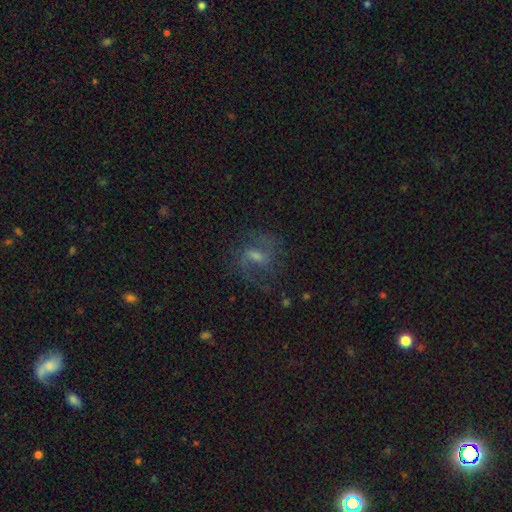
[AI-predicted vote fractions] Overall: featured or disk (69%). Edge-on disk: no (96%). Bar: weak (56%; strong 23%). Spiral arms: yes (90%). Spiral arm count: 2 (82%). Spiral winding: medium (49%; loose 37%). Bulge size: moderate (40%; small 37%). Merging: none (68%).